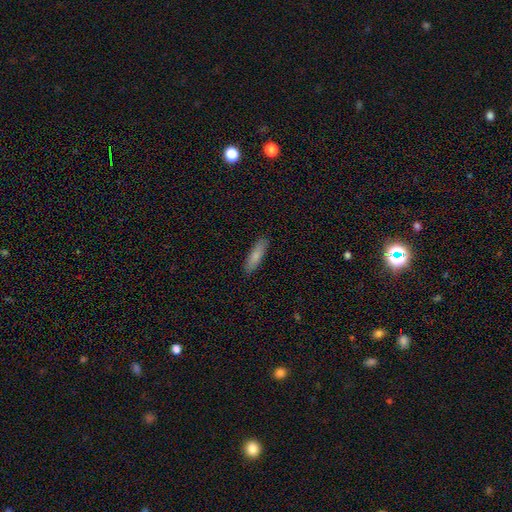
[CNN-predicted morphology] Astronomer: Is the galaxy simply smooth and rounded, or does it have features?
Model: smooth — 82%.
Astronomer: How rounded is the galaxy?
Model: cigar-shaped — 64%.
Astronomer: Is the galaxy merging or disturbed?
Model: none — 88%.